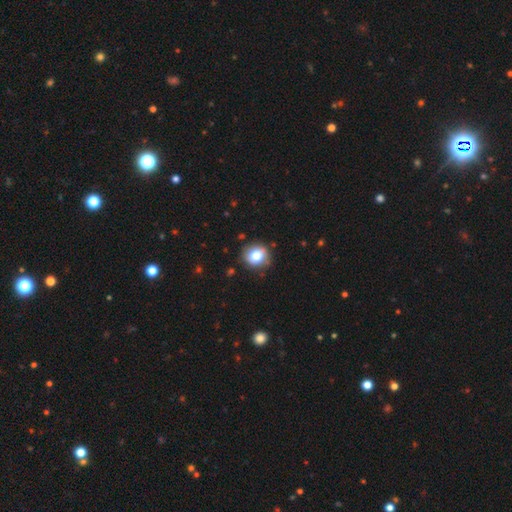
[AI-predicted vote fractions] Overall: smooth (74%). How rounded: round (81%). Merging: none (84%).